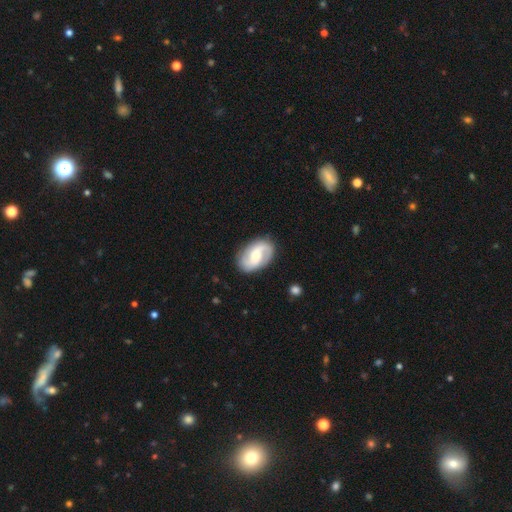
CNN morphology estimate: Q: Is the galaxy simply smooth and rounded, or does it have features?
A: featured or disk — 77%.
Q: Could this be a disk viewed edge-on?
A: no — 97%.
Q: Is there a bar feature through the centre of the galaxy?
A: weak — 44%.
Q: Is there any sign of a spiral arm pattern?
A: yes — 94%.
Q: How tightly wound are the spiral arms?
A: medium — 42%.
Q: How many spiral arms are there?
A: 2 — 87%.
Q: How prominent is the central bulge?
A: moderate — 54%.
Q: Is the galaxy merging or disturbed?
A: none — 83%.